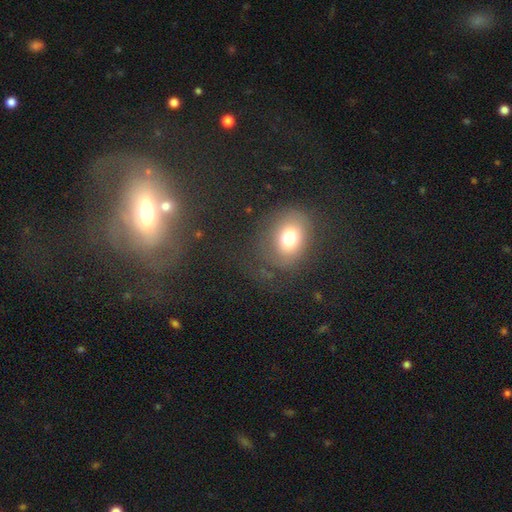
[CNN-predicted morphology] smooth 56%, featured or disk 25%, star or artifact 19%. Down the decision tree: how rounded — in between (56%); merging — none (65%).